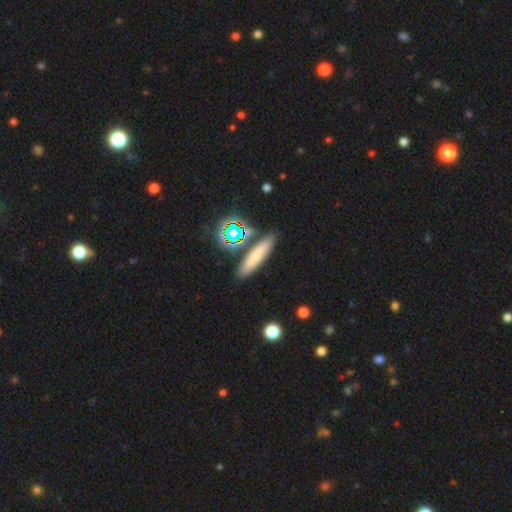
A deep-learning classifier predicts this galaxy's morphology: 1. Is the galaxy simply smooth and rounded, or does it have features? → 68% smooth, 17% star or artifact, 15% featured or disk.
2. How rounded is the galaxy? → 73% cigar-shaped, 20% in between, 7% round.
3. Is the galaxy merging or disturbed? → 82% none, 9% minor disturbance, 6% merger, 3% major disturbance.